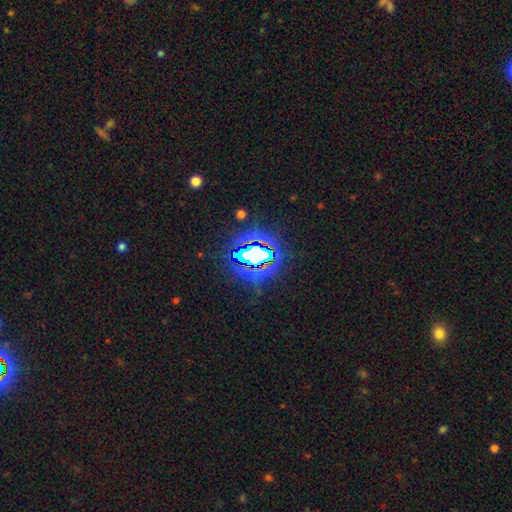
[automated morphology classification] type=star or artifact (73%).